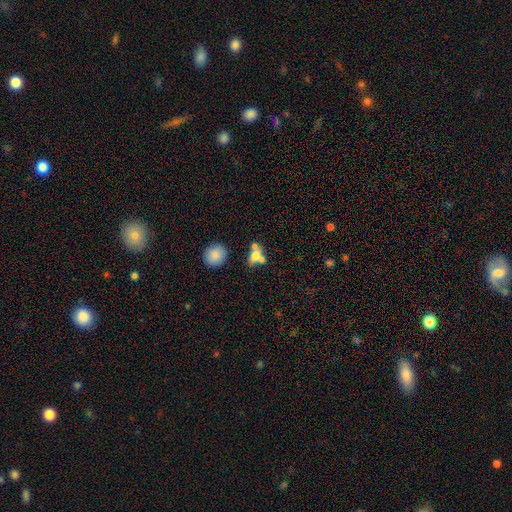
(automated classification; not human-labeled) Smooth or featured? Predicted: smooth (p=0.66). How rounded? Predicted: in between (p=0.62). Merging? Predicted: merger (p=0.48).